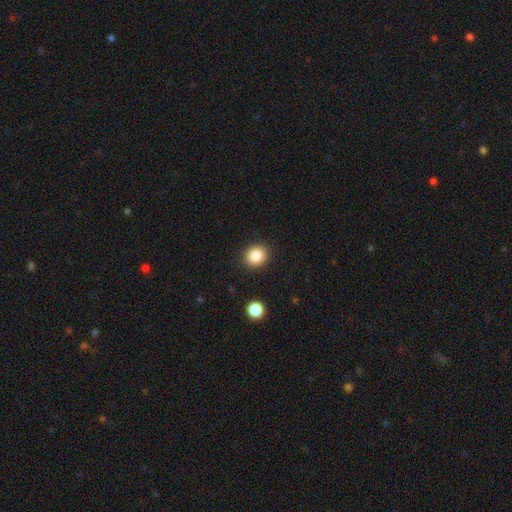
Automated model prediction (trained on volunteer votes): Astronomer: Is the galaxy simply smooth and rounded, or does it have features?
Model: smooth — 85%.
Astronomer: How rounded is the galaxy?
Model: round — 76%.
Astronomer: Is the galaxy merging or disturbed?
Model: none — 90%.